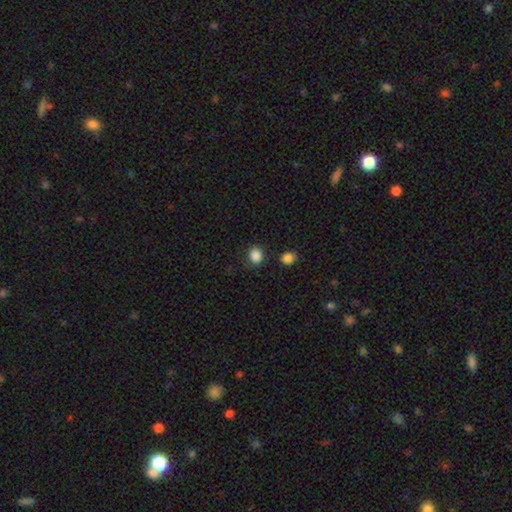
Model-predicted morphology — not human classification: Smooth or featured?
  - smooth: 87% *
  - star or artifact: 10%
  - featured or disk: 3%
How rounded?
  - round: 63% *
  - in between: 36%
  - cigar-shaped: 1%
Merging?
  - none: 81% *
  - minor disturbance: 11%
  - merger: 4%
  - major disturbance: 3%